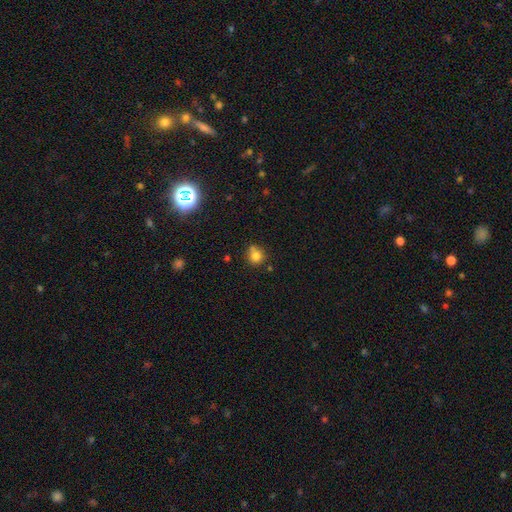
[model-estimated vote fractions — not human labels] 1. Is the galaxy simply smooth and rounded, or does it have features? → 78% smooth, 13% star or artifact, 9% featured or disk.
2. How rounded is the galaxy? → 85% round, 14% in between, 1% cigar-shaped.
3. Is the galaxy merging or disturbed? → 62% none, 18% minor disturbance, 15% merger, 5% major disturbance.